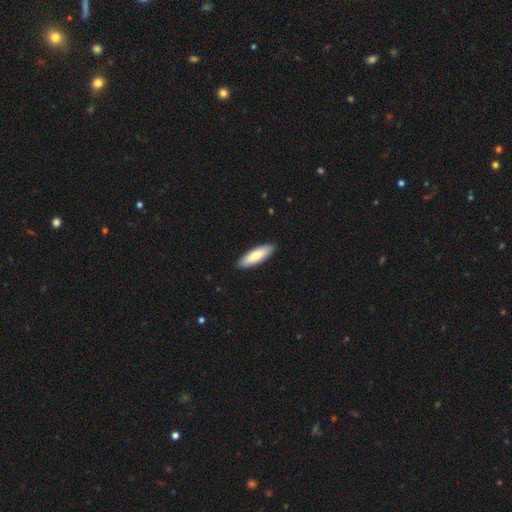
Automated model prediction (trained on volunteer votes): smooth 82%, featured or disk 13%, star or artifact 5%. Down the decision tree: how rounded — cigar-shaped (52%); merging — none (91%).